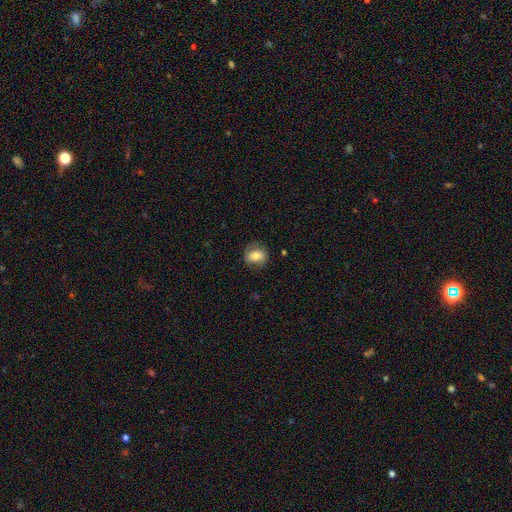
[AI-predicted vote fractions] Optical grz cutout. It shows a smooth galaxy with no disk features (72%) that is in between round and cigar-shaped (49%, tied with round). Merging: none (75%).